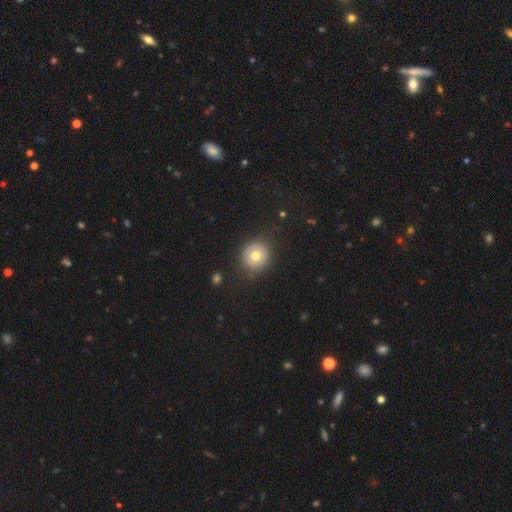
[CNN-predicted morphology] This is likely a smooth galaxy (70%). How rounded: clearly round (89%). Merging: clearly none (81%).